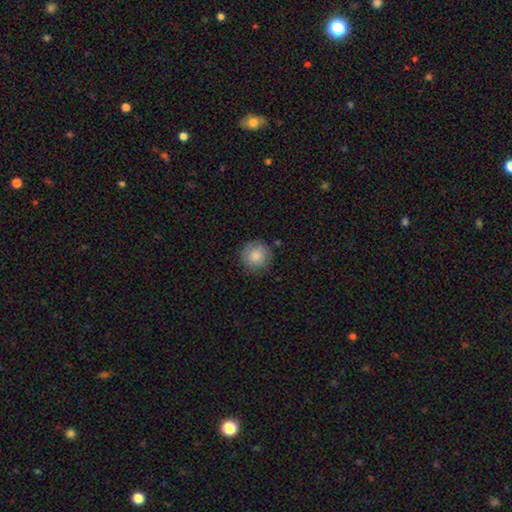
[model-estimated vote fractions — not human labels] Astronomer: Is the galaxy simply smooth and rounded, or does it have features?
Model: smooth — 84%.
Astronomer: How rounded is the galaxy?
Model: round — 95%.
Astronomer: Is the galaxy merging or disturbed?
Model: none — 87%.